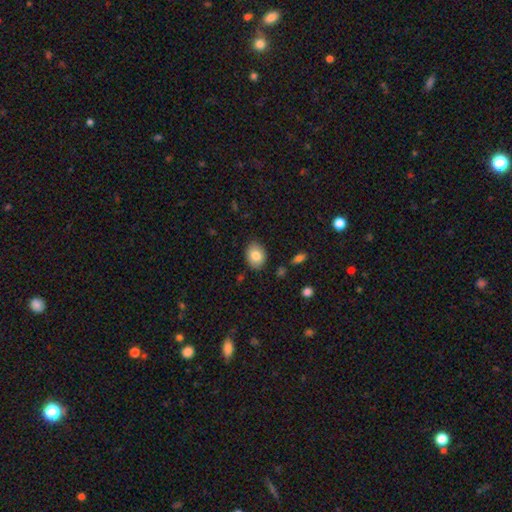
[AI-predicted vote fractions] Overall: smooth (82%). How rounded: in between (65%; round 34%). Merging: none (85%).